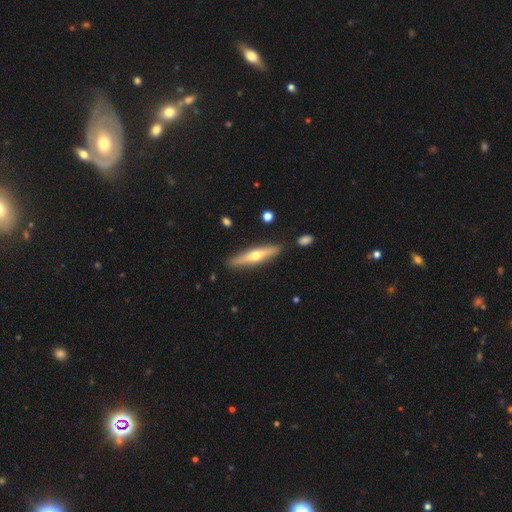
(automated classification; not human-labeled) This appears to be a featured or disk galaxy (58%) viewed edge-on (93%) with a rounded central bulge (92%). Merging: none (88%).